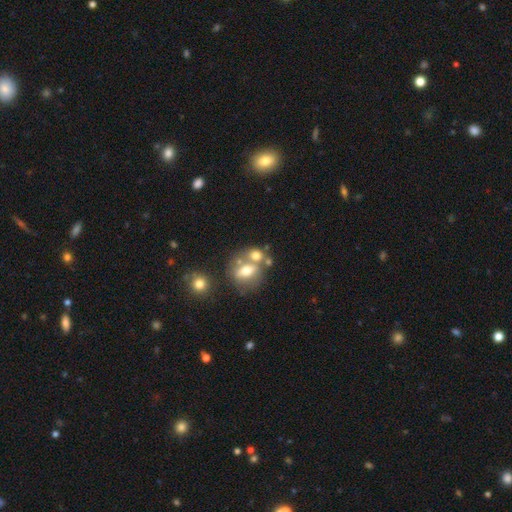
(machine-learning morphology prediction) A smooth galaxy with no disk features (61%) that is in between round and cigar-shaped (53%).

Vote fractions:
- Smooth or featured? smooth: 61% / featured or disk: 27% / star or artifact: 13%
- How rounded? in between: 53% / round: 44% / cigar-shaped: 3%
- Merging? merger: 43% / none: 41% / minor disturbance: 10% / major disturbance: 6%